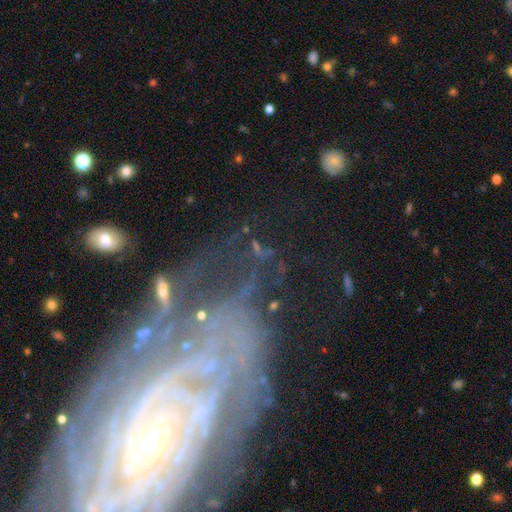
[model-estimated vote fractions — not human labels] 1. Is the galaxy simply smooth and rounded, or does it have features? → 69% featured or disk, 17% star or artifact, 13% smooth.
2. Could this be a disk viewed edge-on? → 94% no, 6% yes.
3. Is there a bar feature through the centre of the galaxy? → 50% no, 29% weak, 21% strong.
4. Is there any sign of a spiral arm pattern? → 81% yes, 19% no.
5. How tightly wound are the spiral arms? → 63% tight, 26% medium, 11% loose.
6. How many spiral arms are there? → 35% can't tell, 18% 2, 14% 3, 11% 4, 10% more than 4, 10% 1.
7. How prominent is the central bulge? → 56% small, 22% moderate, 15% none, 5% large, 3% dominant.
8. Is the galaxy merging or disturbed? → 57% none, 19% major disturbance, 18% minor disturbance, 7% merger.